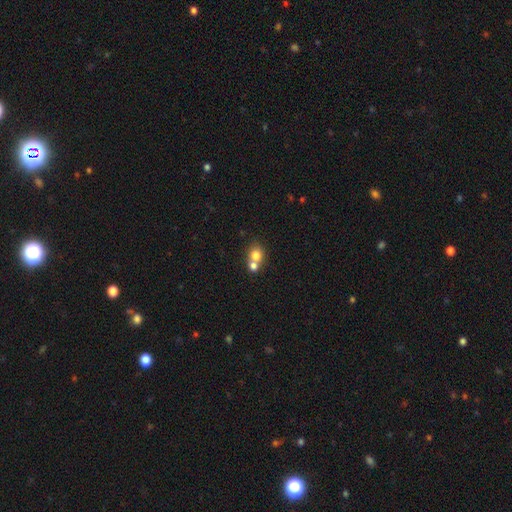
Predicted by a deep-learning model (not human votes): Smooth or featured? smooth (77%)
How rounded? round (74%)
Merging? merger (58%)